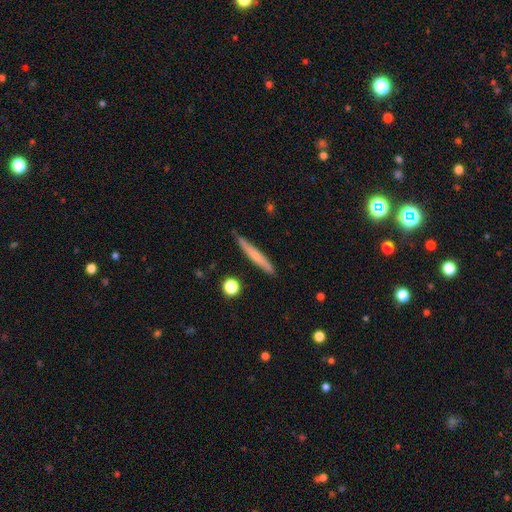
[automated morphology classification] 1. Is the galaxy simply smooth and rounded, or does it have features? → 60% smooth, 34% featured or disk, 6% star or artifact.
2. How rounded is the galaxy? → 95% cigar-shaped, 3% in between, 2% round.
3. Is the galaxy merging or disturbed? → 86% none, 10% minor disturbance, 2% major disturbance, 2% merger.